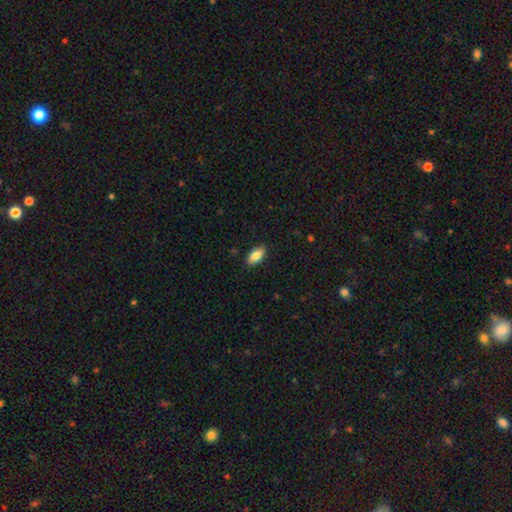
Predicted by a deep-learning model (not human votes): smooth-or-featured: smooth: 85% | featured or disk: 9% | star or artifact: 7%
  how-rounded: in between: 91% | cigar-shaped: 6% | round: 3%
  merging: none: 88% | minor disturbance: 9% | major disturbance: 2% | merger: 1%